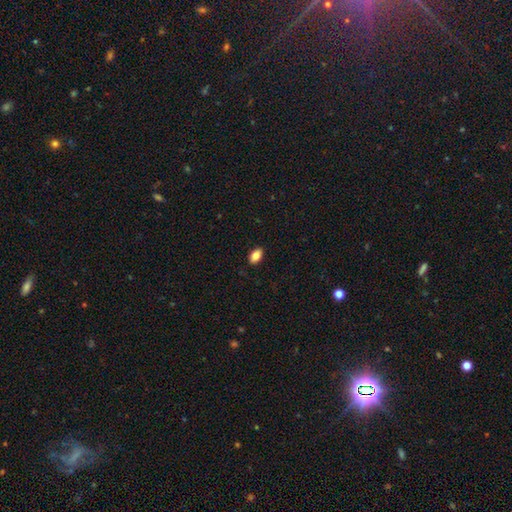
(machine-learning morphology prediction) smooth_or_featured: smooth (p=0.84) [alt: star or artifact p=0.08]
how_rounded: in between (p=0.90) [alt: round p=0.08]
merging: none (p=0.89) [alt: minor disturbance p=0.08]